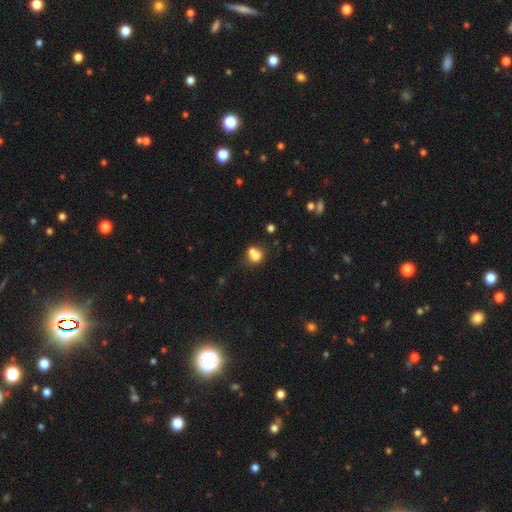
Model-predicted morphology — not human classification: smooth-or-featured: smooth: 71% | featured or disk: 17% | star or artifact: 12%
  how-rounded: round: 67% | in between: 32% | cigar-shaped: 1%
  merging: merger: 54% | none: 32% | minor disturbance: 9% | major disturbance: 5%